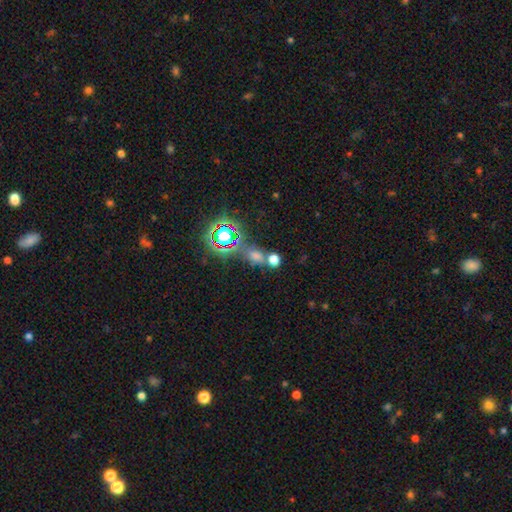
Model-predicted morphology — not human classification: A star or artifact, not a galaxy (53%).

Vote fractions:
- Smooth or featured? star or artifact: 53% / smooth: 37% / featured or disk: 10%